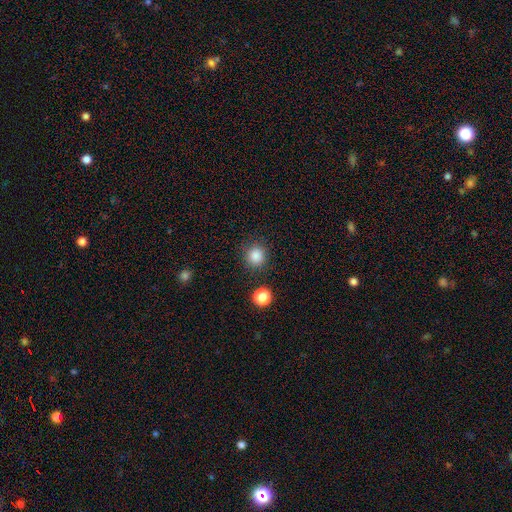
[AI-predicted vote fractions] This is clearly a smooth galaxy (85%). How rounded: clearly round (91%). Merging: clearly none (87%).